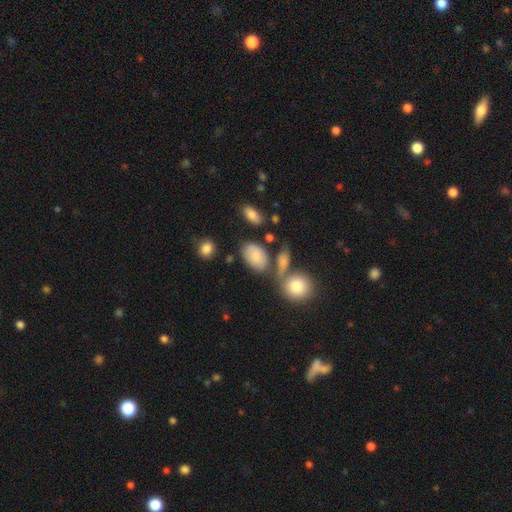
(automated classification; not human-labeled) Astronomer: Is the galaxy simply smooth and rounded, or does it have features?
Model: smooth — 78%.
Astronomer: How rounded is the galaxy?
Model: in between — 87%.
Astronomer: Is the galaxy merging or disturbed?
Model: none — 59%.